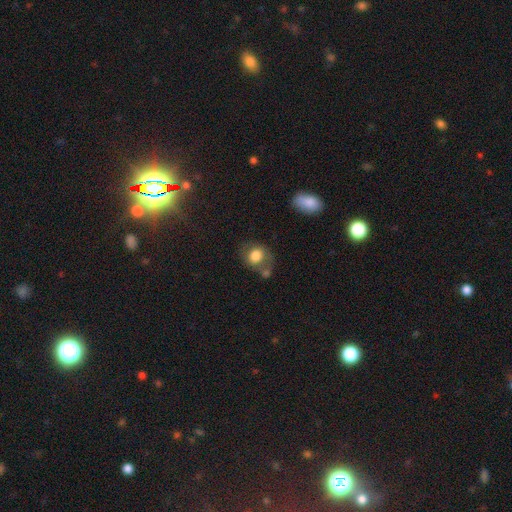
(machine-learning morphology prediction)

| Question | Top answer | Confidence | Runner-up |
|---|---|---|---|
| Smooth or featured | smooth | 77% | featured or disk (15%) |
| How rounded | round | 66% | in between (33%) |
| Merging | none | 50% | minor disturbance (20%) |